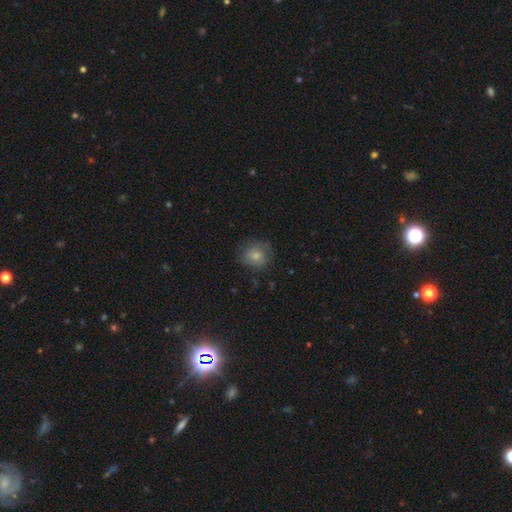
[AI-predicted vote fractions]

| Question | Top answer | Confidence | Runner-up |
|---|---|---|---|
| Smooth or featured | smooth | 75% | featured or disk (16%) |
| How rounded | round | 77% | in between (22%) |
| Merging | none | 71% | minor disturbance (21%) |